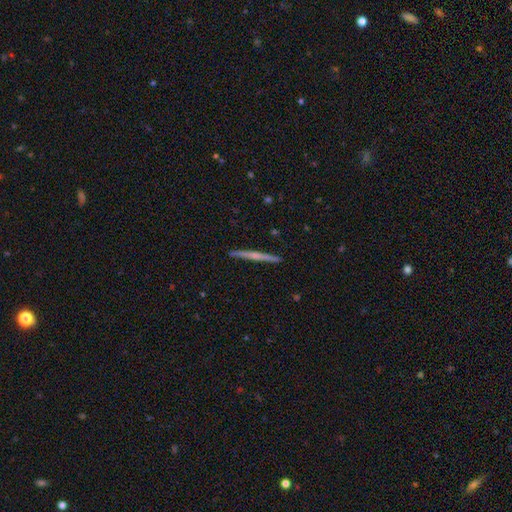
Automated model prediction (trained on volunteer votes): This is likely a featured or disk galaxy (62%). It is clearly viewed edge-on (98%). Edge-on bulge: possibly none (51%). Merging: clearly none (92%).